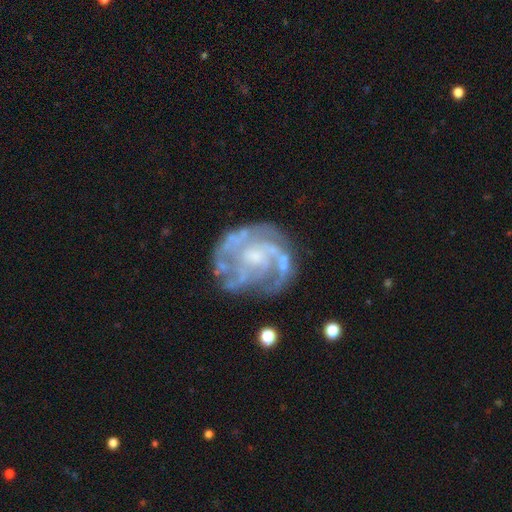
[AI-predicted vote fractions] A featured or disk galaxy (85%) with no bar (68%), tight (53%) spiral arms (87%) and a small central bulge (48%).

Vote fractions:
- Smooth or featured? featured or disk: 85% / smooth: 8% / star or artifact: 7%
- Edge-on disk? no: 98% / yes: 2%
- Bar? no: 68% / weak: 26% / strong: 5%
- Spiral arms? yes: 87% / no: 13%
- Spiral winding? tight: 53% / medium: 35% / loose: 12%
- Spiral arm count? can't tell: 35% / 3: 24% / 2: 16% / 4: 12% / 1: 7% / more than 4: 7%
- Bulge size? small: 48% / moderate: 32% / none: 16% / large: 3% / dominant: 1%
- Merging? none: 64% / minor disturbance: 19% / major disturbance: 14% / merger: 3%